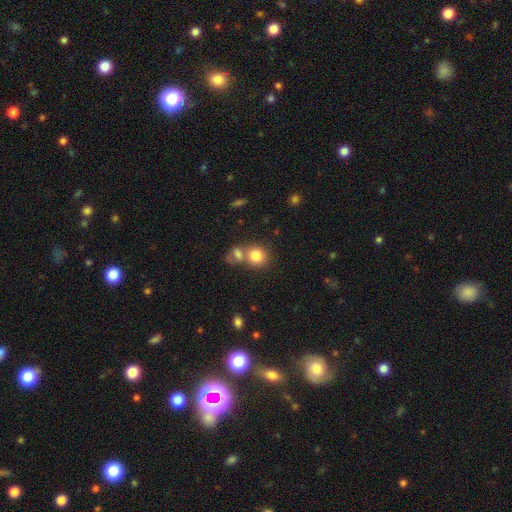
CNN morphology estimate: A smooth galaxy with no disk features (81%) that is round (82%). Merging: none (46%).